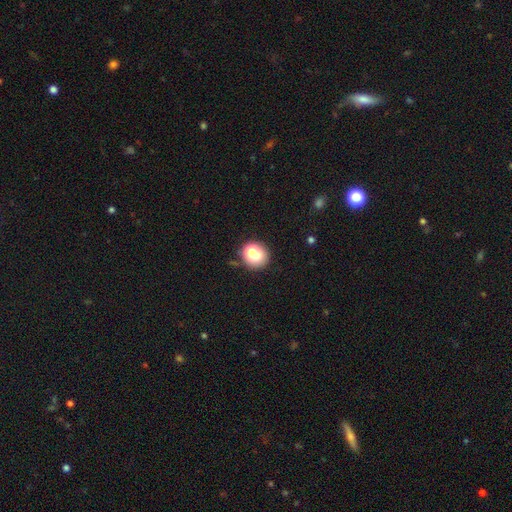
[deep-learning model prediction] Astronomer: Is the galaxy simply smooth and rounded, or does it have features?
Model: smooth — 73%.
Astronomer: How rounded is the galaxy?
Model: round — 63%.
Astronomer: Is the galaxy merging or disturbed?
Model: none — 57%.